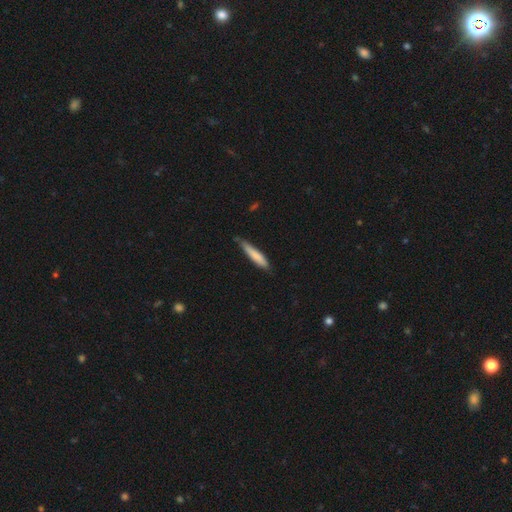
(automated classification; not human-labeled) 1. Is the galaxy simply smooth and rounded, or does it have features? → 78% smooth, 16% featured or disk, 5% star or artifact.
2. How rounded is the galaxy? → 90% cigar-shaped, 9% in between, 1% round.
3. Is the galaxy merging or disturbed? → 64% none, 29% minor disturbance, 4% major disturbance, 2% merger.